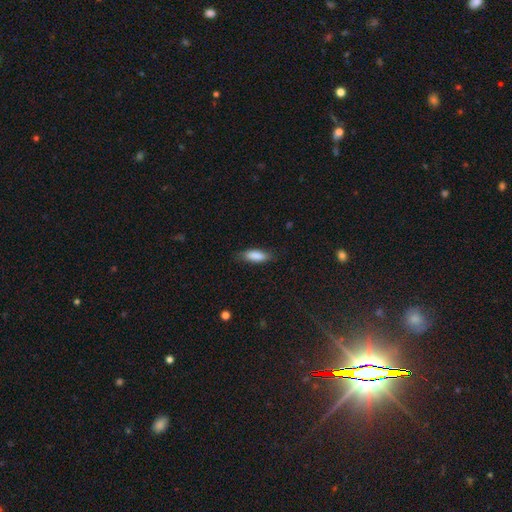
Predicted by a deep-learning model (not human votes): The model was most divided on "how rounded": in between: 67%, cigar-shaped: 31%, round: 2%. More confident: smooth or featured — smooth (86%); merging — none (79%).